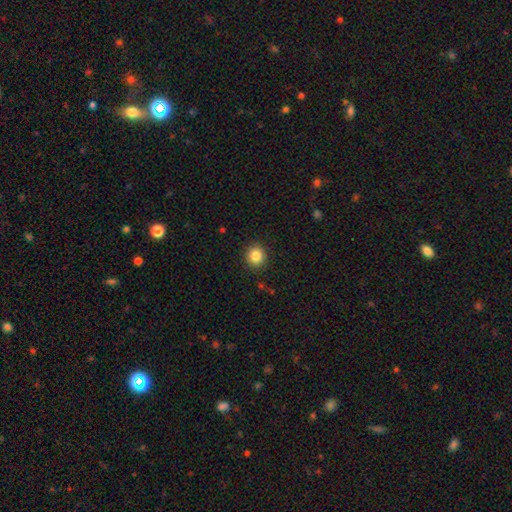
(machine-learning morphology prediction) smooth-or-featured: smooth: 85% | star or artifact: 10% | featured or disk: 5%
  how-rounded: round: 90% | in between: 9% | cigar-shaped: 1%
  merging: none: 90% | minor disturbance: 7% | major disturbance: 2% | merger: 1%